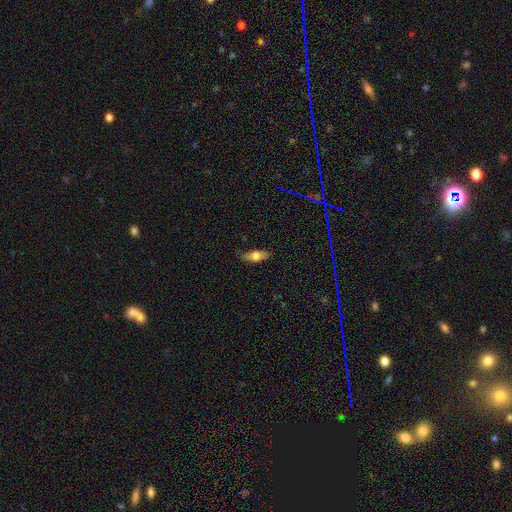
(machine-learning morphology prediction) A smooth galaxy with no disk features (65%) that is in between round and cigar-shaped (69%).

Vote fractions:
- Smooth or featured? smooth: 65% / featured or disk: 27% / star or artifact: 8%
- How rounded? in between: 69% / cigar-shaped: 27% / round: 3%
- Merging? none: 81% / minor disturbance: 15% / major disturbance: 3% / merger: 1%